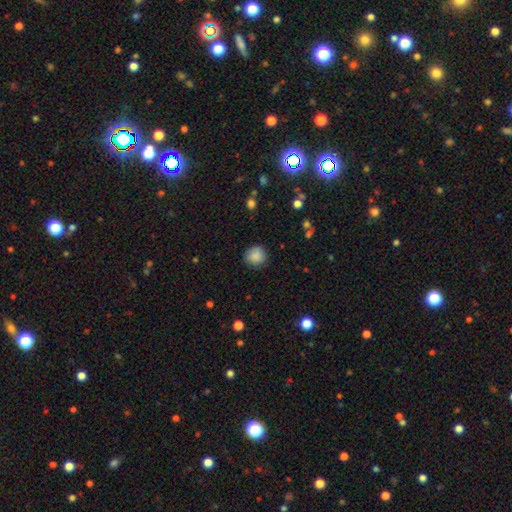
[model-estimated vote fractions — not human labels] A smooth galaxy with no disk features (87%) that is round (90%). Merging: none (87%).